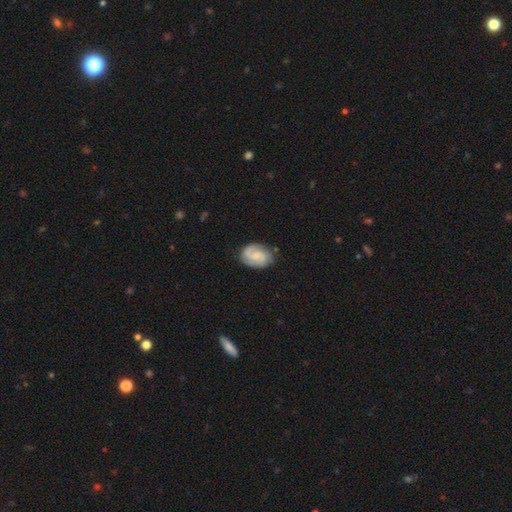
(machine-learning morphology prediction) This is likely a featured or disk galaxy (71%). It is clearly not viewed edge-on (98%). Bar: possibly no (50%). Spiral arm pattern: clearly yes (95%). Spiral arm count: likely 2 (76%). Spiral winding: marginally medium (45%). Central bulge: possibly small (53%). Merging: likely none (77%).